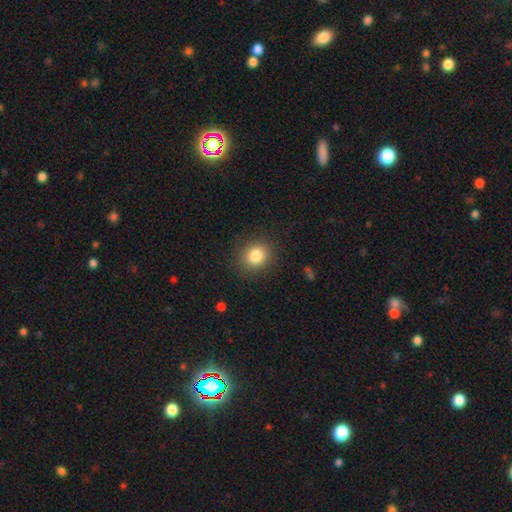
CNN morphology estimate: smooth 83%, star or artifact 11%, featured or disk 7%. Down the decision tree: how rounded — round (77%); merging — none (87%).